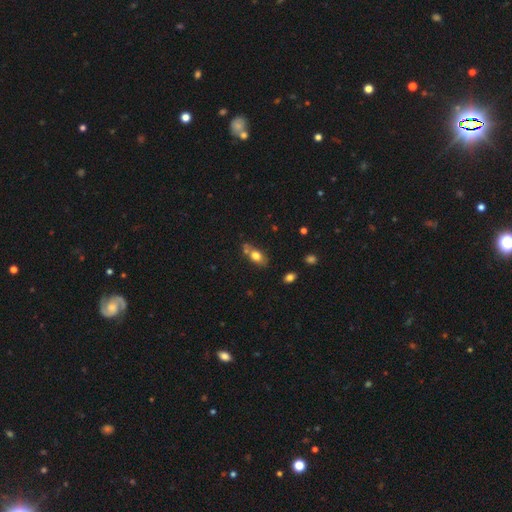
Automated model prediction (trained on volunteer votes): Q: Smooth or featured?
A: smooth (73%); runner-up: featured or disk (18%)
Q: How rounded?
A: in between (78%); runner-up: round (13%)
Q: Merging?
A: none (54%); runner-up: merger (22%)